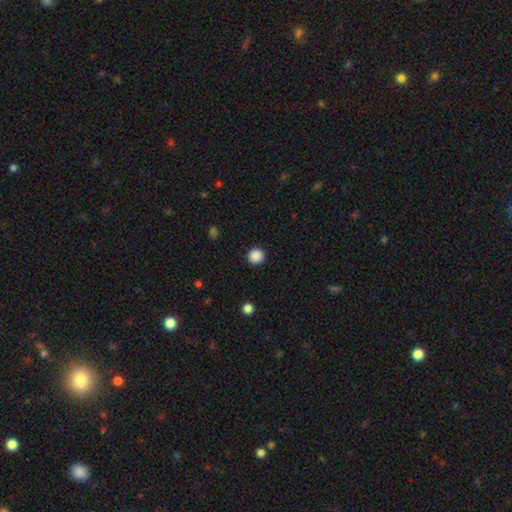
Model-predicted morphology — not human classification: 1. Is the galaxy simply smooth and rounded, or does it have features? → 88% smooth, 10% star or artifact, 2% featured or disk.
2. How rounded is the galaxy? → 95% round, 4% in between, 1% cigar-shaped.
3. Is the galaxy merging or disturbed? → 92% none, 5% minor disturbance, 2% major disturbance, 1% merger.